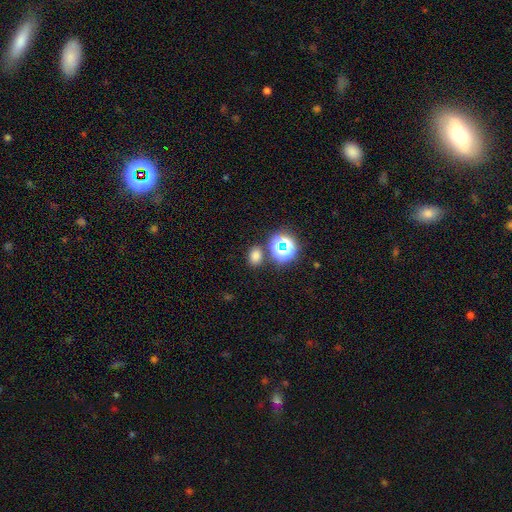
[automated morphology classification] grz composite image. It shows a smooth galaxy with no disk features (72%) that is in between round and cigar-shaped (53%). Merging: none (79%).